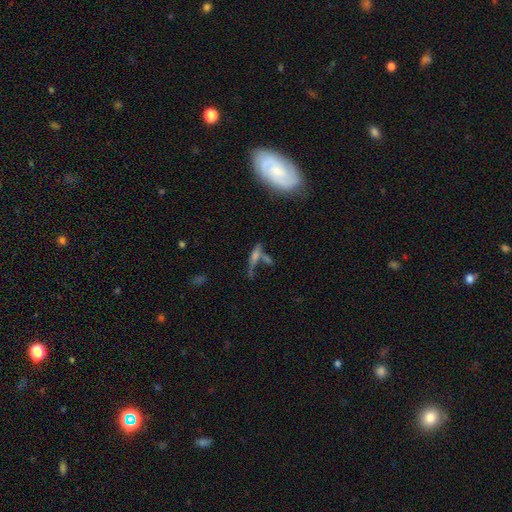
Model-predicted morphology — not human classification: A smooth galaxy with no disk features (49%). Merging: none (45%).